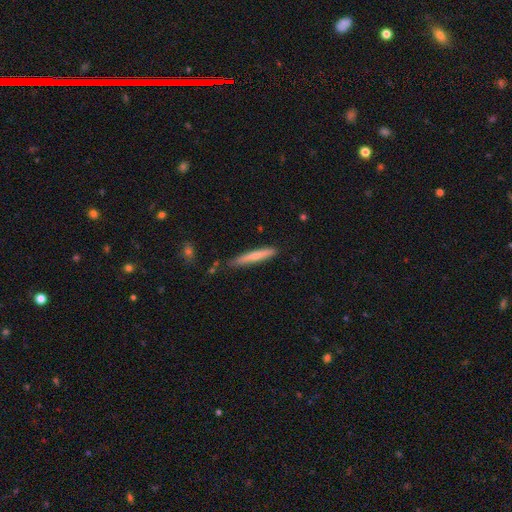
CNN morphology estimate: This appears to be a smooth galaxy with no disk features (69%) that is cigar-shaped (95%). Merging: none (81%).